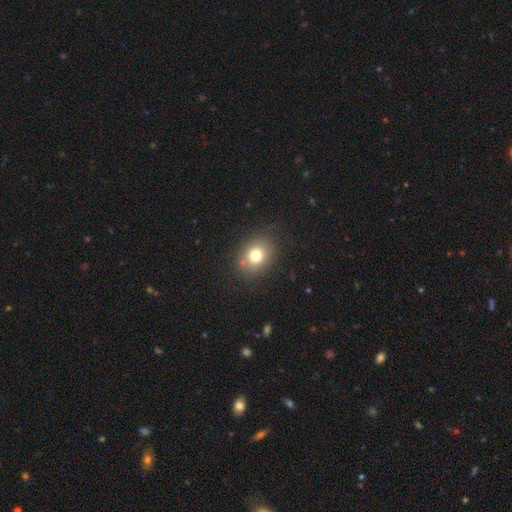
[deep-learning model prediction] A smooth galaxy with no disk features (75%) that is round (57%). Merging: none (86%).